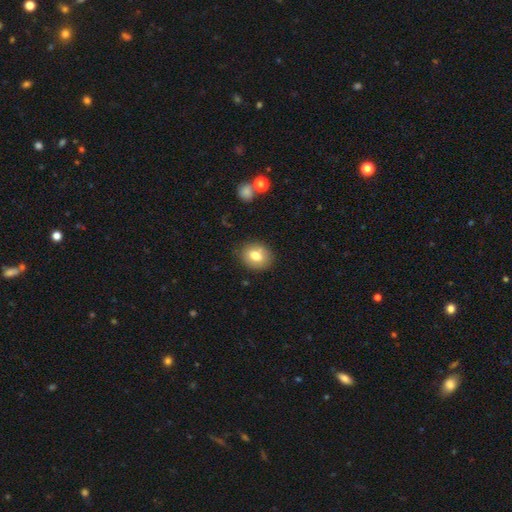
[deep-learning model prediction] Morphology: type=smooth (75%); roundness=round (61%); merging=none (83%).